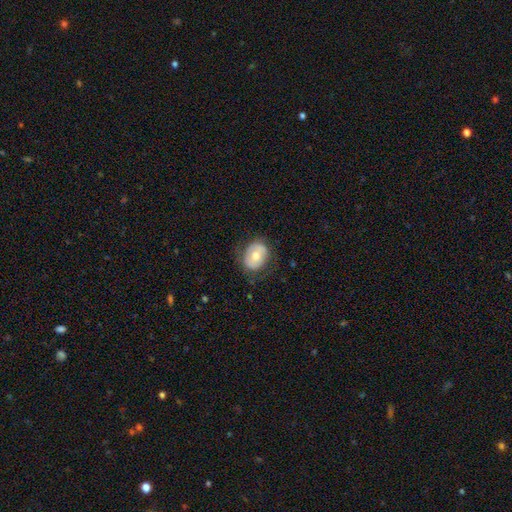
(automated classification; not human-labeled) smooth-or-featured: smooth: 57% | featured or disk: 36% | star or artifact: 7%
  how-rounded: in between: 51% | round: 48% | cigar-shaped: 1%
  merging: none: 75% | minor disturbance: 18% | major disturbance: 7% | merger: 1%